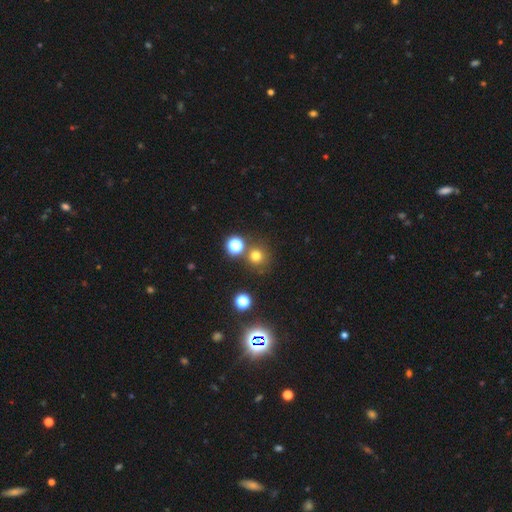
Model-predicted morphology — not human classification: Overall: smooth (70%). How rounded: round (92%). Merging: none (78%).